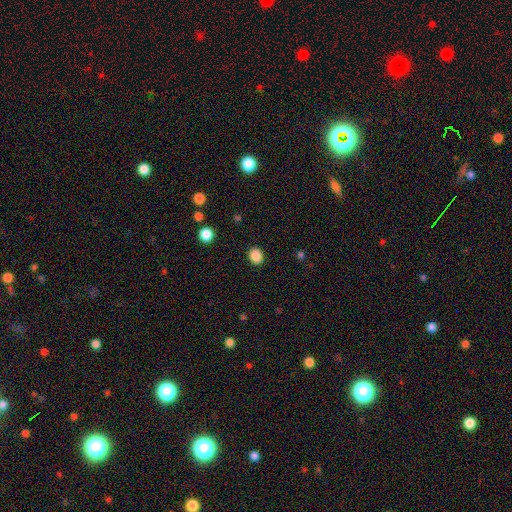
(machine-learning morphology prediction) Smooth or featured? smooth (87%)
How rounded? round (60%)
Merging? none (90%)